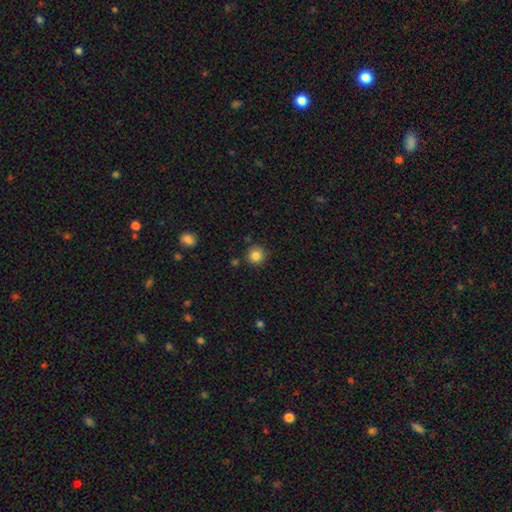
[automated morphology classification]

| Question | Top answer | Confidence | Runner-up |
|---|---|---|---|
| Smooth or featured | smooth | 84% | star or artifact (11%) |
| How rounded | round | 94% | in between (5%) |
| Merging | none | 87% | minor disturbance (7%) |